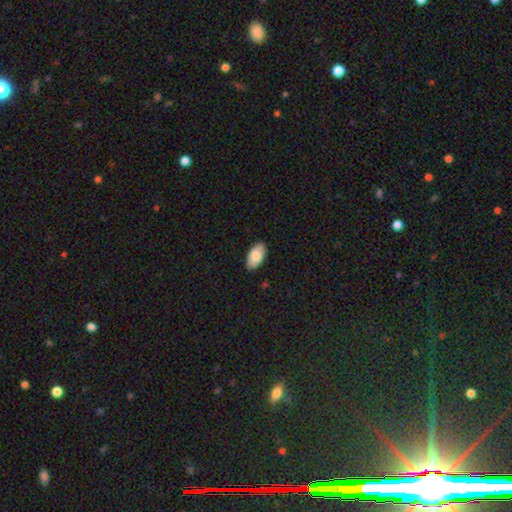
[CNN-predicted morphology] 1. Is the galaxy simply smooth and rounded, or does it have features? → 84% smooth, 10% featured or disk, 6% star or artifact.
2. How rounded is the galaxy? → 95% in between, 2% cigar-shaped, 2% round.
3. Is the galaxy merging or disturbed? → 89% none, 9% minor disturbance, 2% major disturbance, 1% merger.